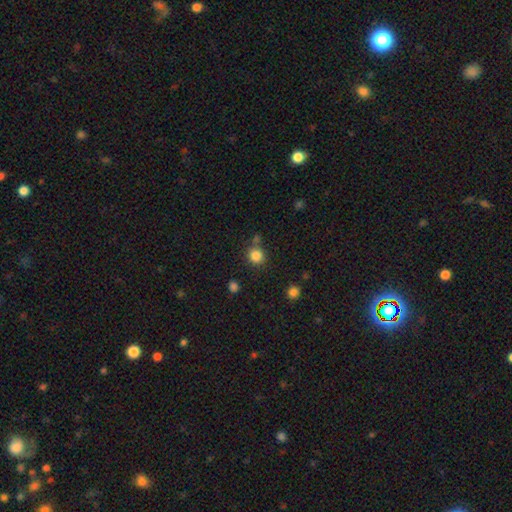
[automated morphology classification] Q: Smooth or featured?
A: smooth (84%); runner-up: star or artifact (12%)
Q: How rounded?
A: round (90%); runner-up: in between (9%)
Q: Merging?
A: none (76%); runner-up: merger (11%)